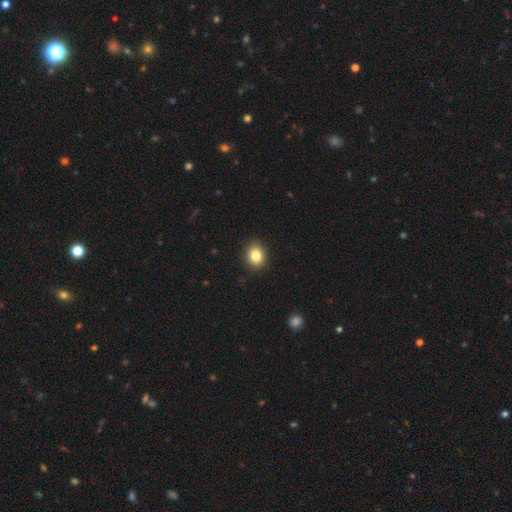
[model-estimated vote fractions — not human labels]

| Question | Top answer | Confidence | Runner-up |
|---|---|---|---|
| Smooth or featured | smooth | 84% | star or artifact (10%) |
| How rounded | in between | 52% | round (47%) |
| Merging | none | 89% | minor disturbance (8%) |